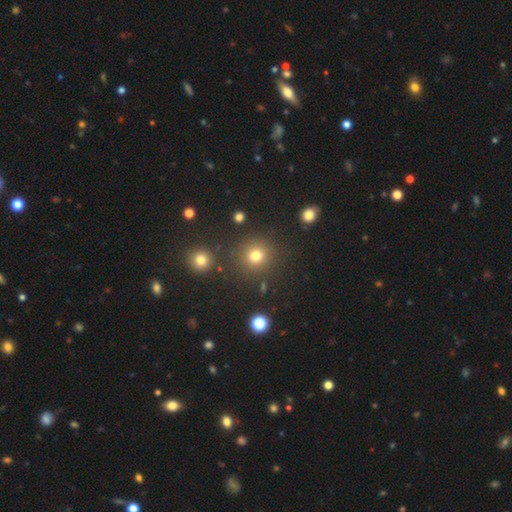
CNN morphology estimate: type=smooth (77%); roundness=round (93%); merging=none (87%).